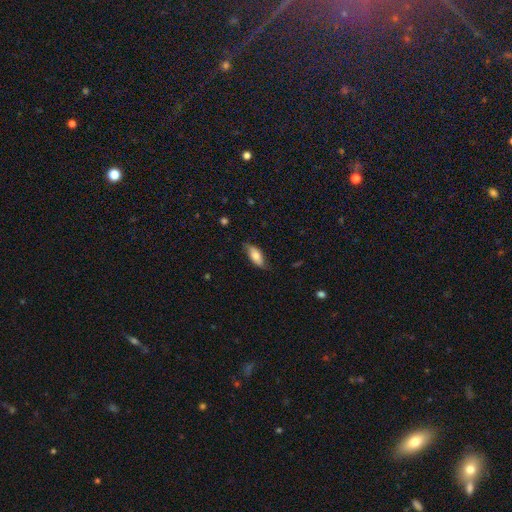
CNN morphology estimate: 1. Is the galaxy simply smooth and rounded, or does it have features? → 73% smooth, 21% featured or disk, 6% star or artifact.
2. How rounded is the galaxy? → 82% in between, 15% cigar-shaped, 2% round.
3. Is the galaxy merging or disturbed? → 74% none, 21% minor disturbance, 4% major disturbance, 1% merger.